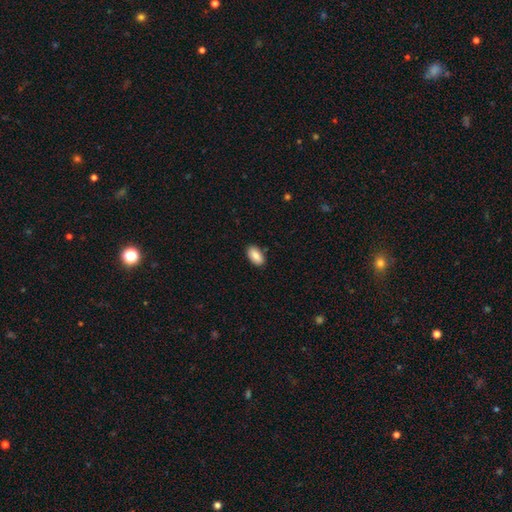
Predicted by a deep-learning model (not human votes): Smooth or featured: smooth — 87% (featured or disk — 7%)
How rounded: in between — 94% (round — 3%)
Merging: none — 88% (minor disturbance — 9%)